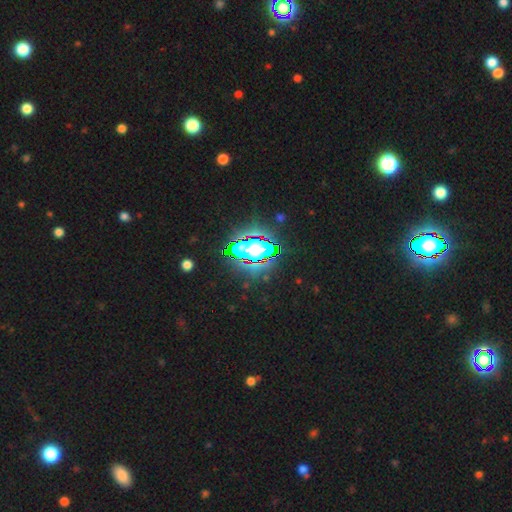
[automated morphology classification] smooth-or-featured: star or artifact: 81% | smooth: 11% | featured or disk: 9%